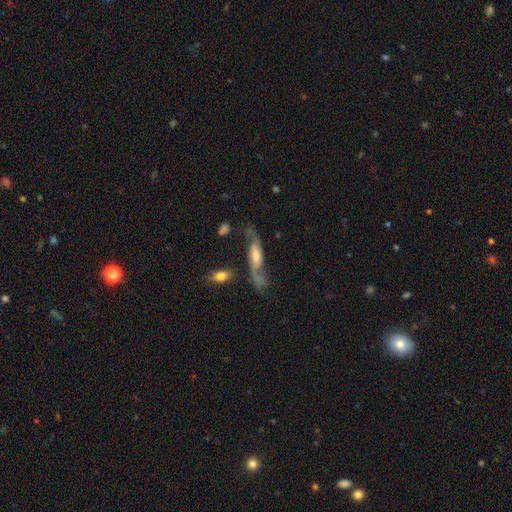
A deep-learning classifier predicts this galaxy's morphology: The model was most divided on "bar": no: 45%, weak: 36%, strong: 18%. Remaining: spiral arms — yes (90%); smooth or featured — featured or disk (75%); edge-on disk — no (73%); merging — none (57%); bulge size — moderate (46%).